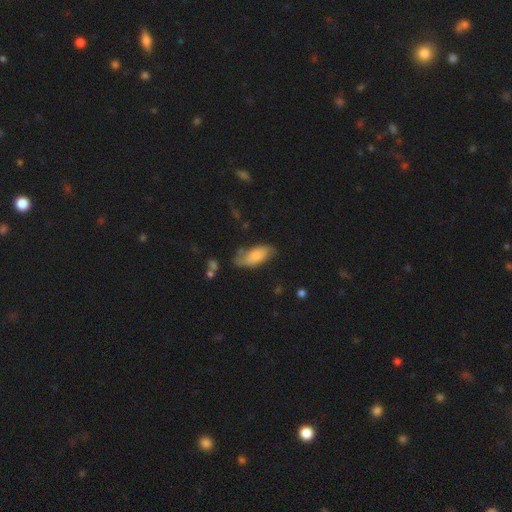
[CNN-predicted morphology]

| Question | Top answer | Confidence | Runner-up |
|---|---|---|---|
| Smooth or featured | smooth | 67% | featured or disk (26%) |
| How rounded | in between | 85% | cigar-shaped (13%) |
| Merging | none | 55% | minor disturbance (30%) |